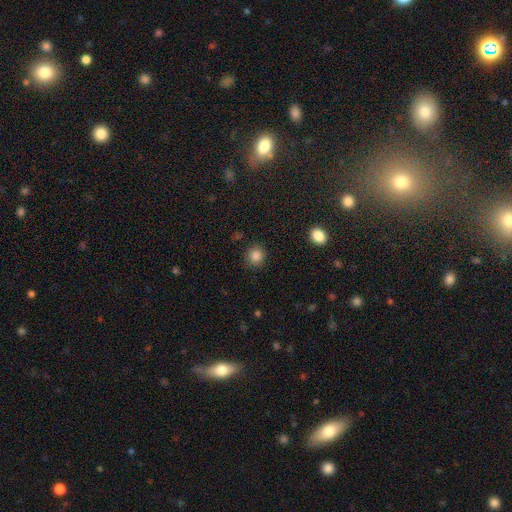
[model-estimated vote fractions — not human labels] Smooth or featured: smooth — 85% (star or artifact — 12%)
How rounded: round — 90% (in between — 9%)
Merging: none — 89% (minor disturbance — 8%)